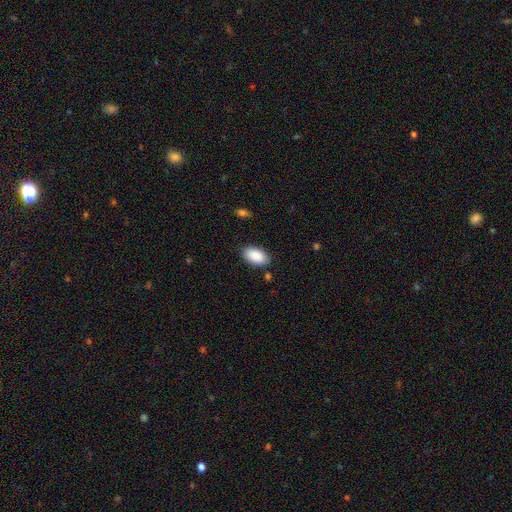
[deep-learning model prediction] Q: Smooth or featured?
A: smooth (90%); runner-up: star or artifact (6%)
Q: How rounded?
A: in between (94%); runner-up: round (4%)
Q: Merging?
A: none (84%); runner-up: minor disturbance (12%)